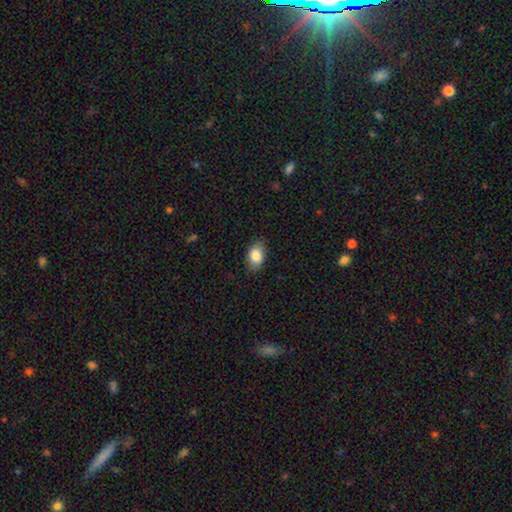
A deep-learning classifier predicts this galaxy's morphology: smooth-or-featured: smooth: 86% | star or artifact: 7% | featured or disk: 7%
  how-rounded: in between: 85% | round: 14% | cigar-shaped: 1%
  merging: none: 83% | minor disturbance: 13% | major disturbance: 3% | merger: 1%